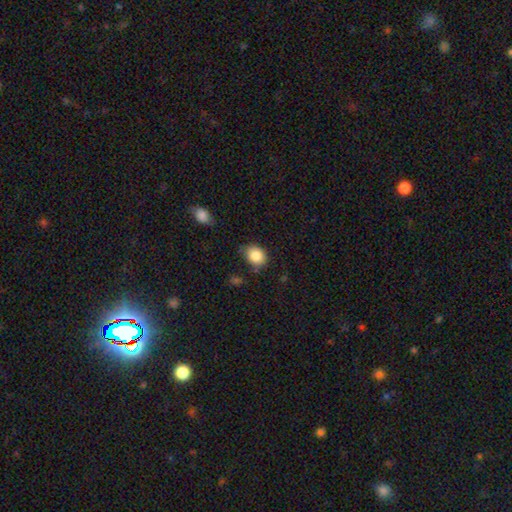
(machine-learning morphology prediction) This appears to be a smooth galaxy with no disk features (86%) that is in between round and cigar-shaped (56%). Merging: none (74%).